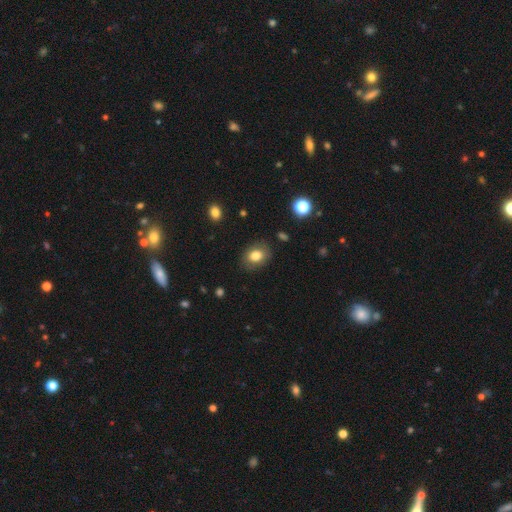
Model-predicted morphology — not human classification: This appears to be a smooth galaxy with no disk features (80%) that is in between round and cigar-shaped (59%). Merging: none (83%).